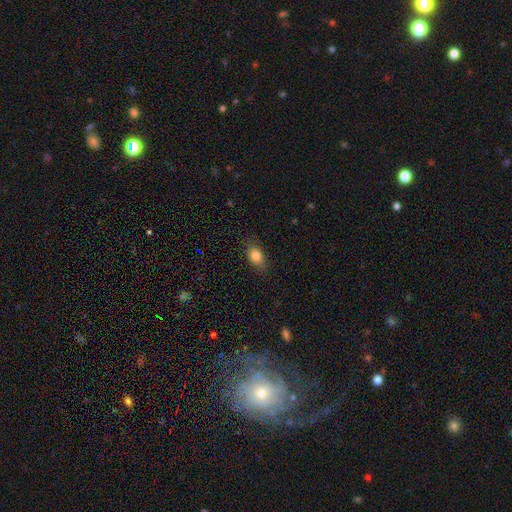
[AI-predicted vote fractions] A smooth galaxy with no disk features (82%) that is in between round and cigar-shaped (79%).

Vote fractions:
- Smooth or featured? smooth: 82% / featured or disk: 9% / star or artifact: 9%
- How rounded? in between: 79% / round: 16% / cigar-shaped: 4%
- Merging? none: 81% / minor disturbance: 14% / major disturbance: 4% / merger: 1%